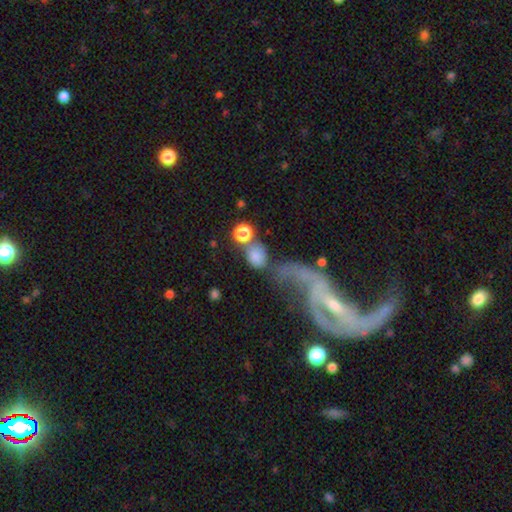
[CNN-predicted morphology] Smooth or featured? smooth (76%)
How rounded? round (59%)
Merging? none (41%)